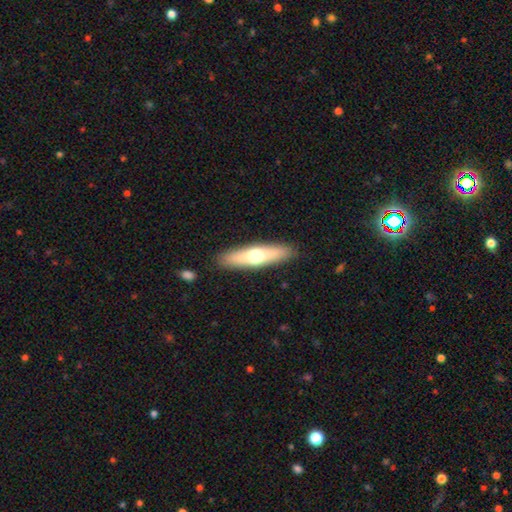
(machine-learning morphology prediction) smooth-or-featured: smooth: 55% | featured or disk: 40% | star or artifact: 6%
  how-rounded: cigar-shaped: 70% | in between: 28% | round: 2%
  merging: none: 89% | minor disturbance: 7% | major disturbance: 2% | merger: 1%